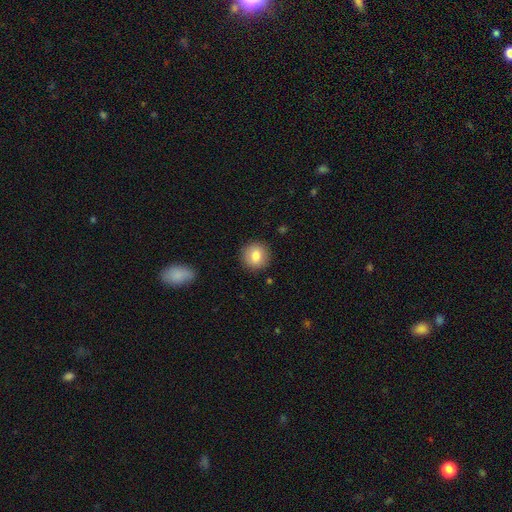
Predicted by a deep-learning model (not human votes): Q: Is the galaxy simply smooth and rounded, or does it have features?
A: smooth — 81%.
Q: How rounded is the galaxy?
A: round — 91%.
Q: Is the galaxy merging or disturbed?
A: none — 90%.